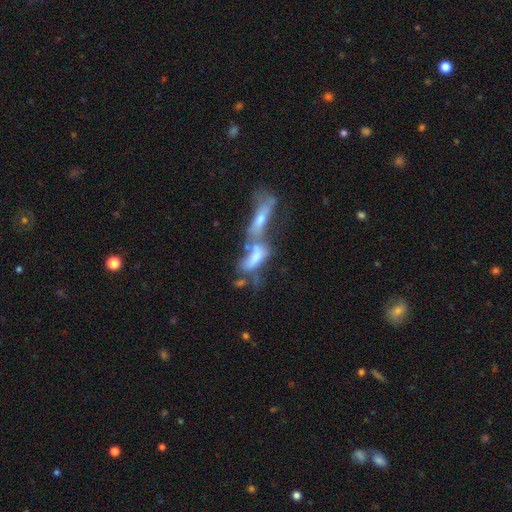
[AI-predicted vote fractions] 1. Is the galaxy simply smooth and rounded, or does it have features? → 46% featured or disk, 43% smooth, 11% star or artifact.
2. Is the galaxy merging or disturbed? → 69% merger, 14% none, 10% major disturbance, 8% minor disturbance.